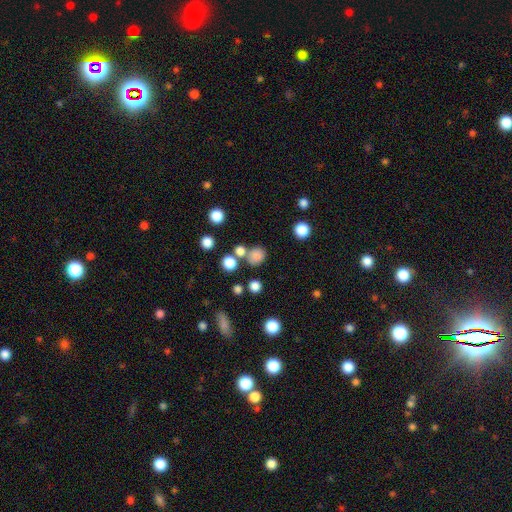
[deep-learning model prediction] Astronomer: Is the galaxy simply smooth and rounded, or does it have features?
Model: smooth — 79%.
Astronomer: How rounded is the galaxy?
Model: round — 75%.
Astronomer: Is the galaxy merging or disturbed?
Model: none — 65%.